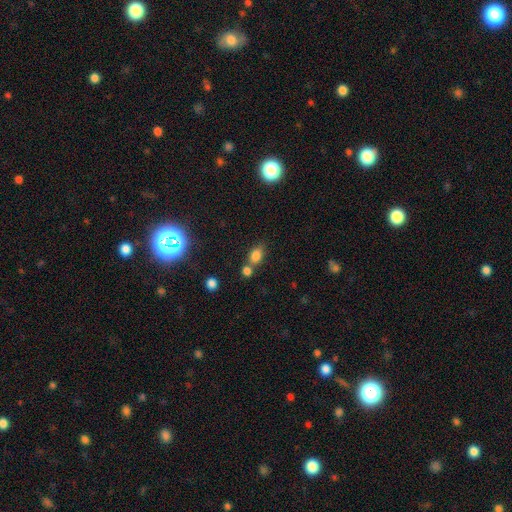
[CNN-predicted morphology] Overall: smooth (79%). How rounded: in between (70%). Merging: none (50%; merger 35%).